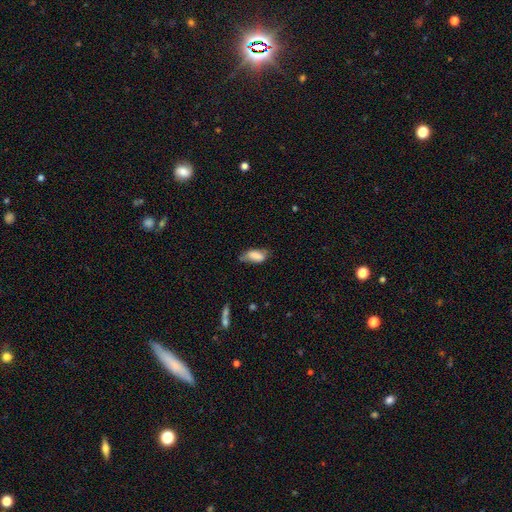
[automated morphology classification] This appears to be a smooth galaxy with no disk features (78%) that is in between round and cigar-shaped (84%). Merging: none (46%).